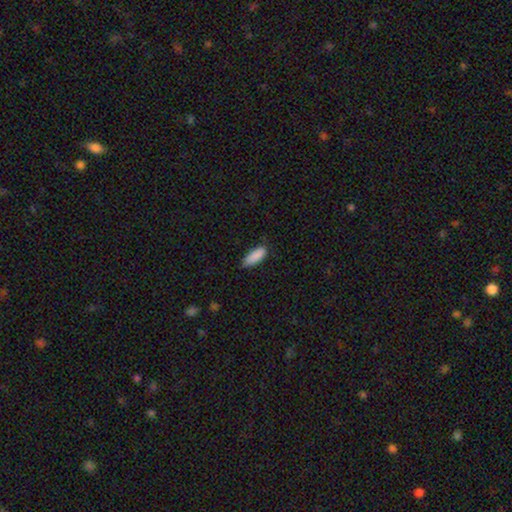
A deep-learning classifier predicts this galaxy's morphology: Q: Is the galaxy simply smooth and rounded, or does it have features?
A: smooth — 89%.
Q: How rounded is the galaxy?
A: in between — 75%.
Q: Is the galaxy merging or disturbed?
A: none — 74%.